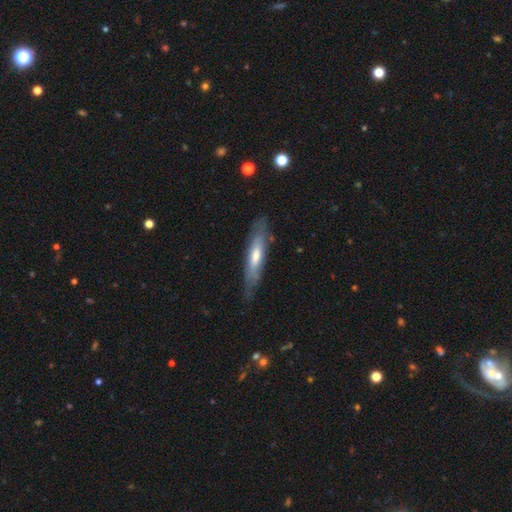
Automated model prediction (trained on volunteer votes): Morphology: type=featured or disk (56%); edge-on=yes (61%); merging=none (76%).